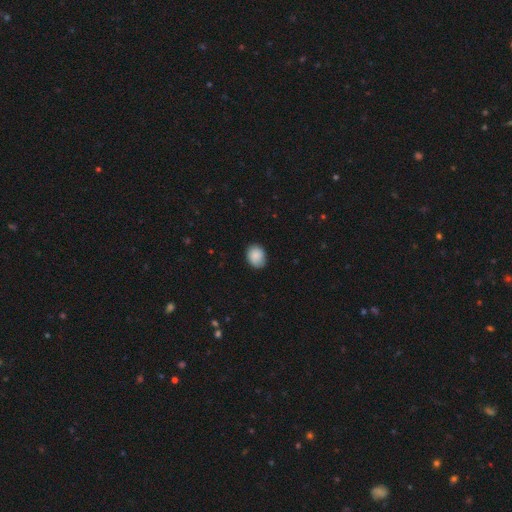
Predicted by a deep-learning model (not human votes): Overall: smooth (87%). How rounded: in between (54%; round 45%). Merging: none (79%).